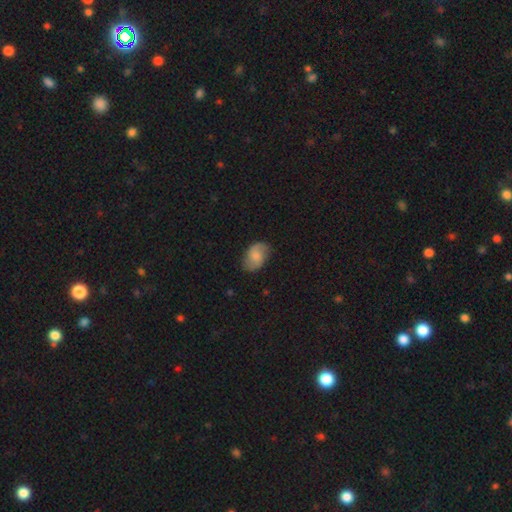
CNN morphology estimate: featured or disk 47%, smooth 46%, star or artifact 7%. Down the decision tree: merging — none (79%).